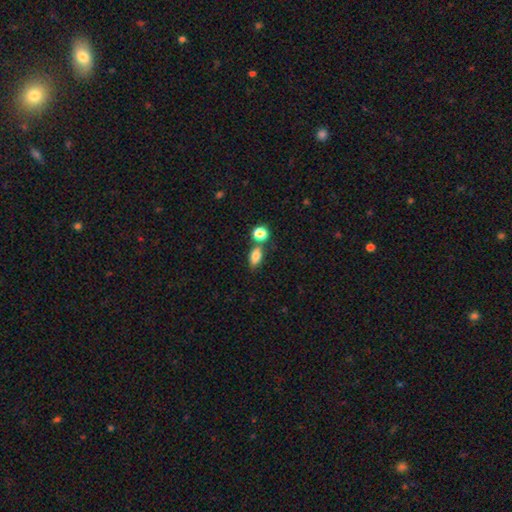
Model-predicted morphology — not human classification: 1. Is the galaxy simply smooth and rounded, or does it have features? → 82% smooth, 10% star or artifact, 8% featured or disk.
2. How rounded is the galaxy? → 83% in between, 13% round, 4% cigar-shaped.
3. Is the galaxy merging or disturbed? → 60% none, 23% merger, 12% minor disturbance, 4% major disturbance.